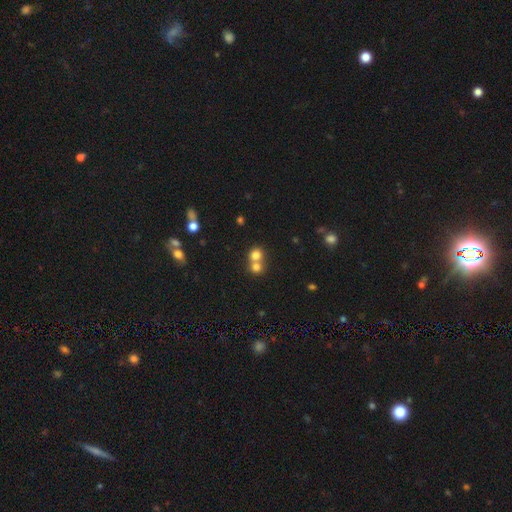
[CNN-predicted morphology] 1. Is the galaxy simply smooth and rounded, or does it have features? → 76% smooth, 13% star or artifact, 11% featured or disk.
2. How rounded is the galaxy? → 84% round, 15% in between, 1% cigar-shaped.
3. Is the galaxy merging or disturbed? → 55% merger, 38% none, 5% minor disturbance, 2% major disturbance.